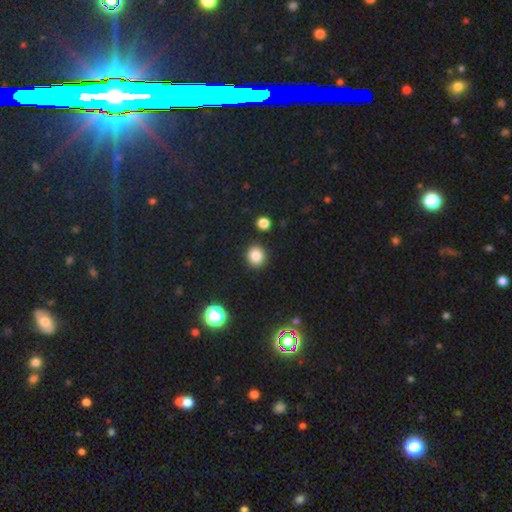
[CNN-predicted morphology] Smooth or featured? smooth (83%)
How rounded? round (84%)
Merging? none (88%)